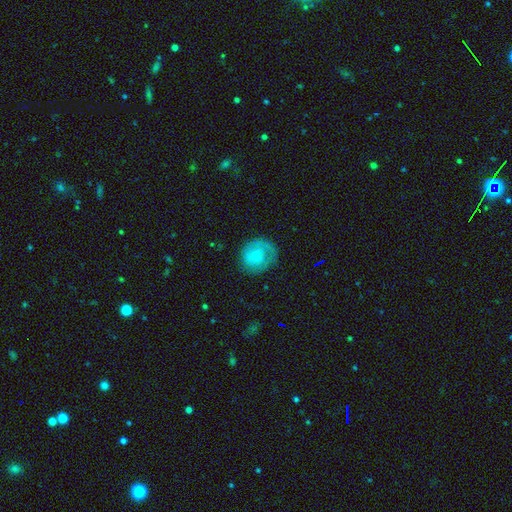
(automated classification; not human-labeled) Smooth or featured?
  - smooth: 53% *
  - featured or disk: 39%
  - star or artifact: 7%
How rounded?
  - round: 82% *
  - in between: 17%
  - cigar-shaped: 1%
Merging?
  - none: 68% *
  - minor disturbance: 19%
  - major disturbance: 11%
  - merger: 1%